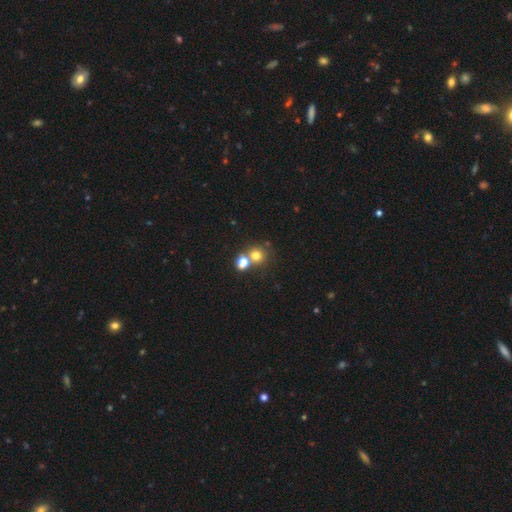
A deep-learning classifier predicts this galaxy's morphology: Overall: smooth (75%). How rounded: round (80%). Merging: none (46%; merger 44%).